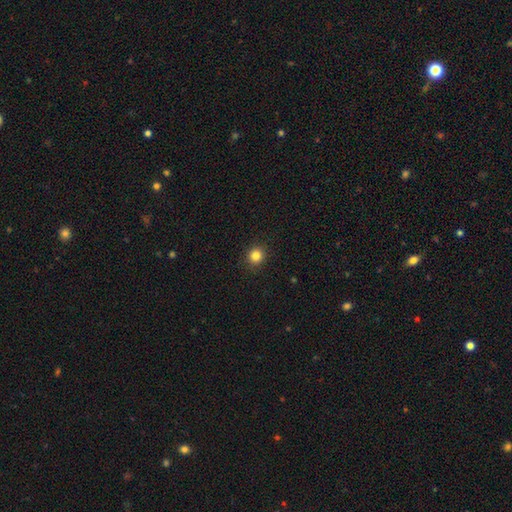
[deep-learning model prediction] Smooth or featured? Predicted: smooth (p=0.84). How rounded? Predicted: round (p=0.90). Merging? Predicted: none (p=0.92).